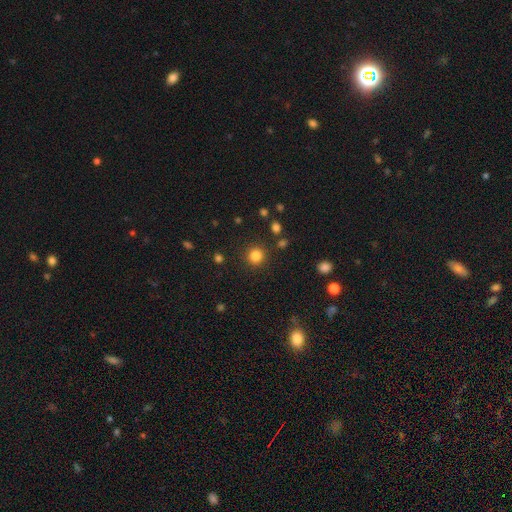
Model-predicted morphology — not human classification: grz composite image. It shows a smooth galaxy with no disk features (83%) that is round (92%). Merging: none (89%).